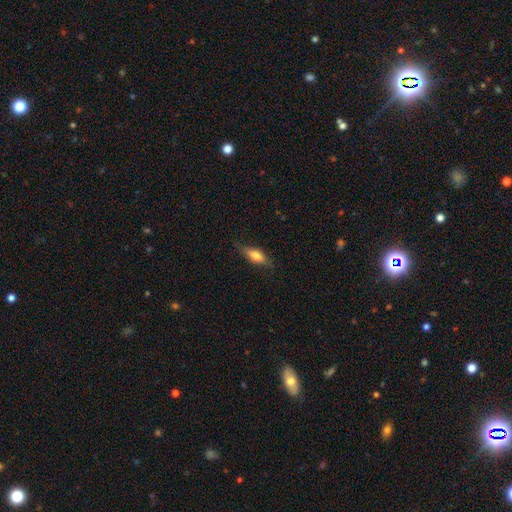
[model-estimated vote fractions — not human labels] A smooth galaxy with no disk features (70%) that is in between round and cigar-shaped (62%).

Vote fractions:
- Smooth or featured? smooth: 70% / featured or disk: 24% / star or artifact: 7%
- How rounded? in between: 62% / cigar-shaped: 35% / round: 3%
- Merging? none: 79% / minor disturbance: 17% / major disturbance: 4% / merger: 1%